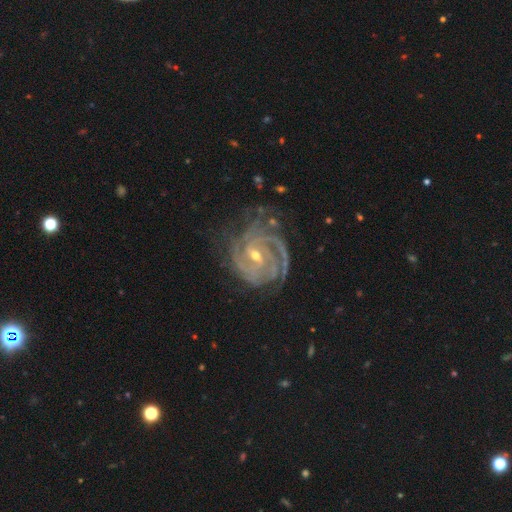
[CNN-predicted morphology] Smooth or featured: featured or disk — 92% (star or artifact — 5%)
Edge-on disk: no — 98% (yes — 2%)
Bar: weak — 49% (no — 26%)
Spiral arms: yes — 98% (no — 2%)
Spiral winding: tight — 77% (medium — 20%)
Spiral arm count: 3 — 29% (4 — 26%)
Bulge size: small — 53% (moderate — 44%)
Merging: none — 68% (minor disturbance — 21%)